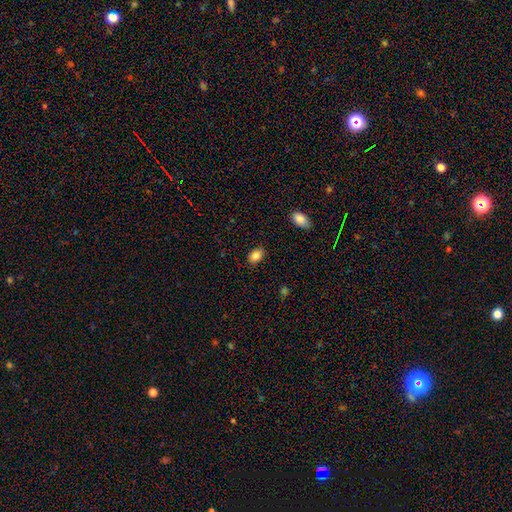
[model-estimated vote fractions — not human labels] This appears to be a smooth galaxy with no disk features (86%) that is in between round and cigar-shaped (80%). Merging: none (84%).